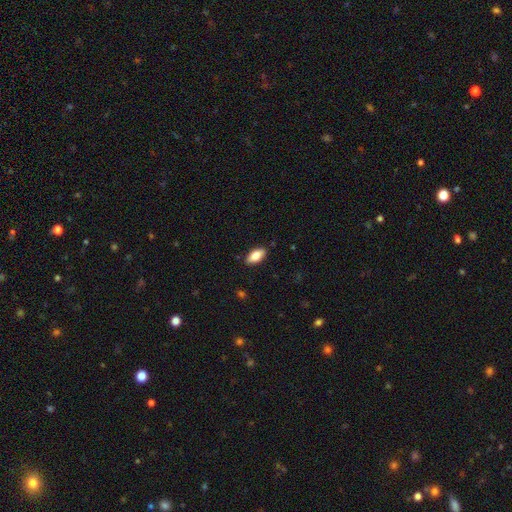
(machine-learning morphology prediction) Overall: smooth (78%). How rounded: in between (88%). Merging: none (87%).